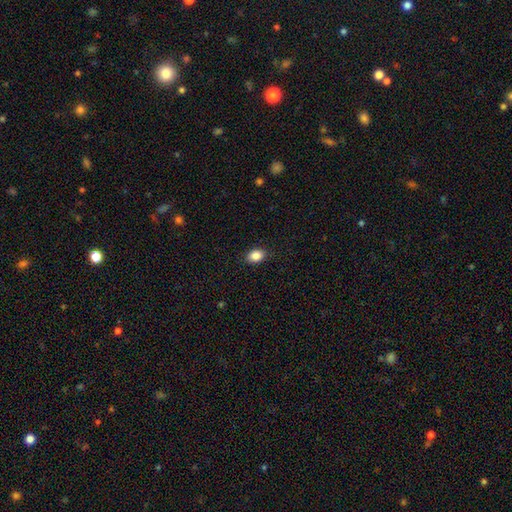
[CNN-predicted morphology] type=smooth (87%); roundness=in between (77%); merging=none (89%).